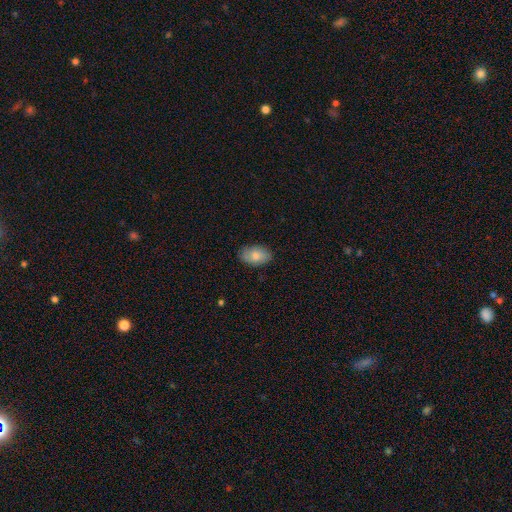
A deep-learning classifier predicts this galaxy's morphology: Smooth or featured? smooth (80%)
How rounded? in between (90%)
Merging? none (83%)